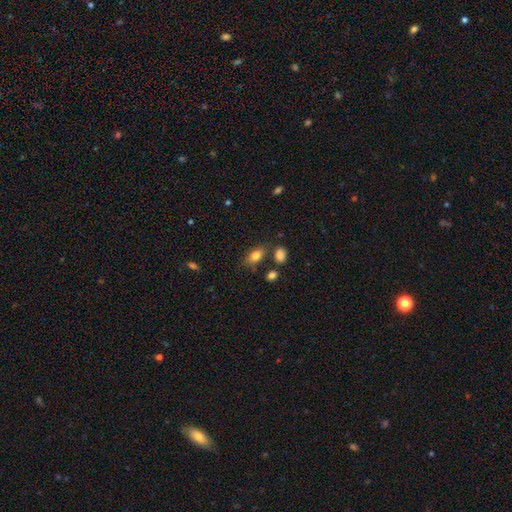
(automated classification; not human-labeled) The model was most divided on "merging": none: 73%, minor disturbance: 15%, merger: 8%, major disturbance: 4%. More confident: how rounded — in between (87%); smooth or featured — smooth (81%).